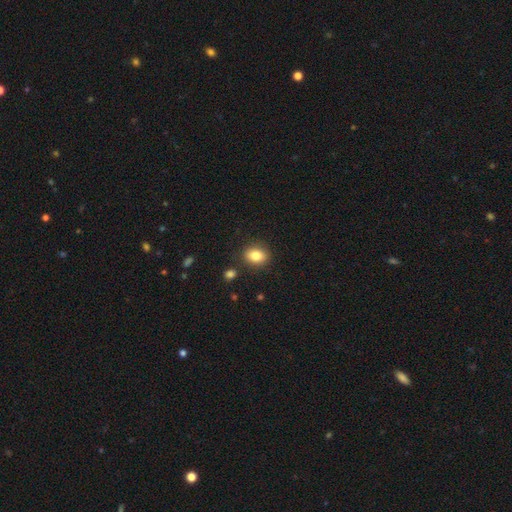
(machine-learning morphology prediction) This is clearly a smooth galaxy (84%). How rounded: likely in between (66%). Merging: clearly none (85%).